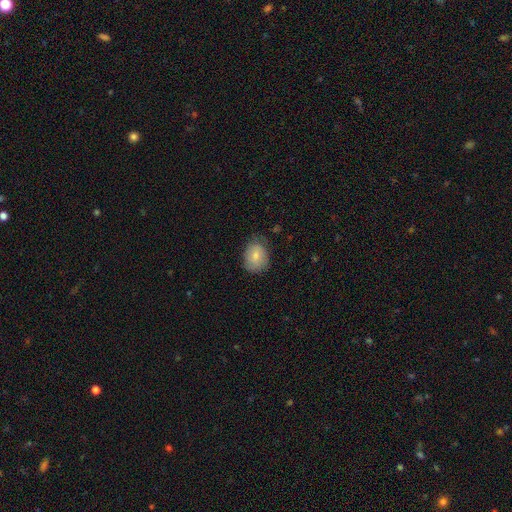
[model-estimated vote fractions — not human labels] Q: Smooth or featured?
A: smooth (77%); runner-up: featured or disk (16%)
Q: How rounded?
A: in between (57%); runner-up: round (42%)
Q: Merging?
A: none (64%); runner-up: minor disturbance (28%)